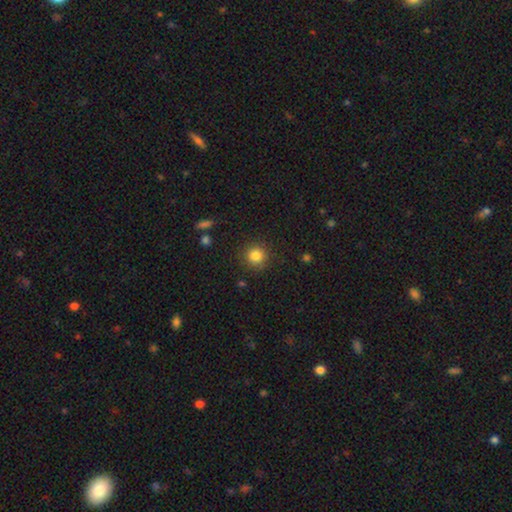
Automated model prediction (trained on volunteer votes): The model was most divided on "smooth or featured": smooth: 84%, star or artifact: 11%, featured or disk: 5%. More confident: how rounded — round (92%); merging — none (87%).